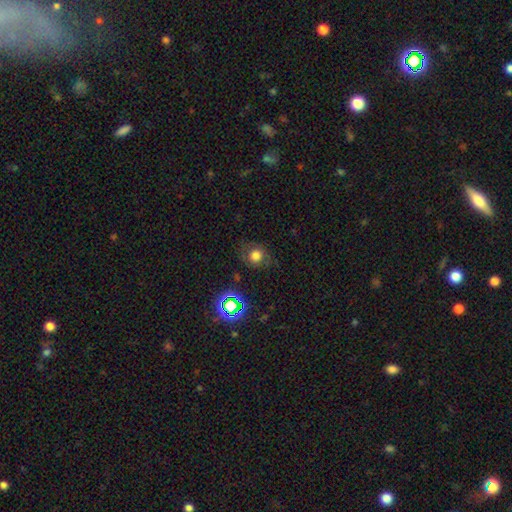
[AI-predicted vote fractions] Smooth or featured: smooth — 66% (star or artifact — 17%)
How rounded: round — 82% (in between — 17%)
Merging: none — 71% (minor disturbance — 17%)